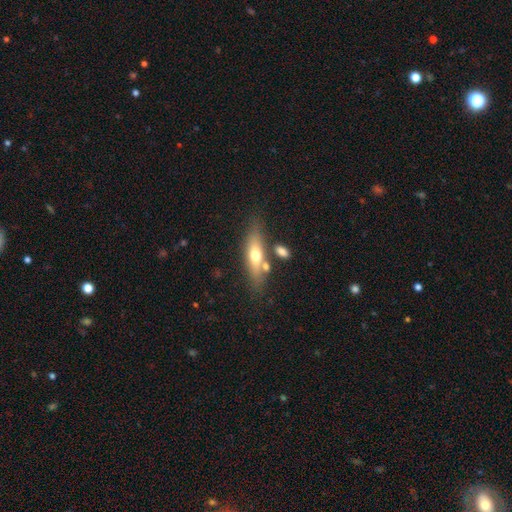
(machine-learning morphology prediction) Smooth or featured?
  - smooth: 54% *
  - featured or disk: 39%
  - star or artifact: 7%
How rounded?
  - cigar-shaped: 56% *
  - in between: 41%
  - round: 3%
Merging?
  - none: 66% *
  - merger: 15%
  - minor disturbance: 14%
  - major disturbance: 5%